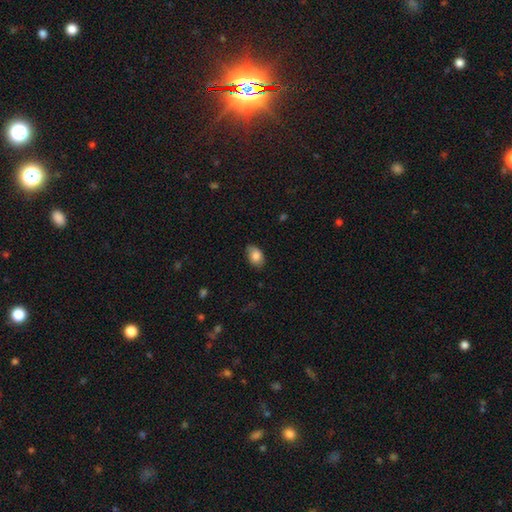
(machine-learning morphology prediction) The model was most divided on "merging": none: 78%, minor disturbance: 18%, major disturbance: 3%, merger: 1%. More confident: how rounded — in between (89%); smooth or featured — smooth (84%).